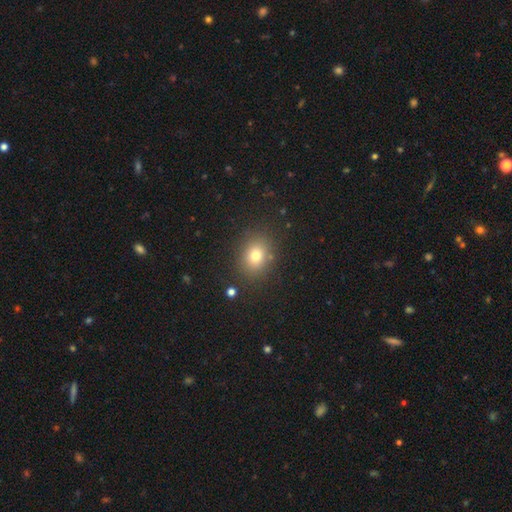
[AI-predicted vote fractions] Q: Smooth or featured?
A: smooth (77%); runner-up: star or artifact (14%)
Q: How rounded?
A: round (50%); runner-up: in between (49%)
Q: Merging?
A: none (84%); runner-up: minor disturbance (10%)